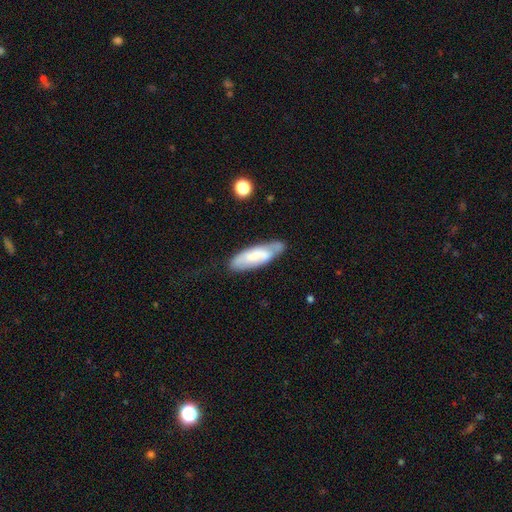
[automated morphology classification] Smooth or featured? Predicted: smooth (p=0.57). How rounded? Predicted: in between (p=0.54). Merging? Predicted: none (p=0.62).